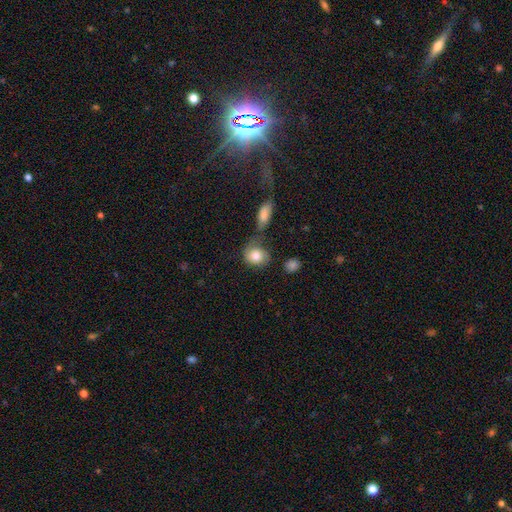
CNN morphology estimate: A smooth galaxy with no disk features (80%) that is round (63%). Merging: none (44%).